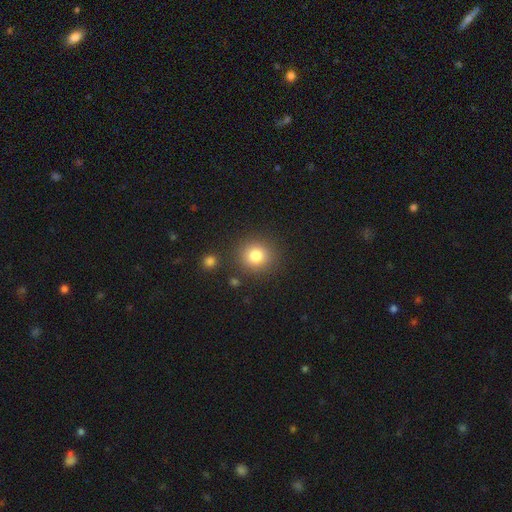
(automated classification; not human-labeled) The model was most divided on "smooth or featured": smooth: 82%, star or artifact: 11%, featured or disk: 7%. More confident: how rounded — round (88%); merging — none (85%).